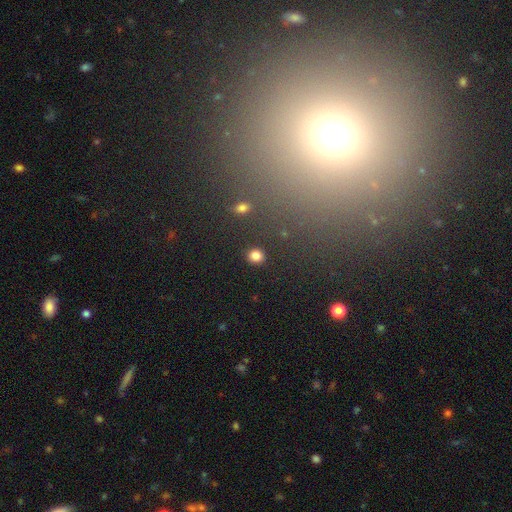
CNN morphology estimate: The model was most divided on "how rounded": round: 85%, in between: 14%, cigar-shaped: 1%. More confident: merging — none (90%); smooth or featured — smooth (83%).